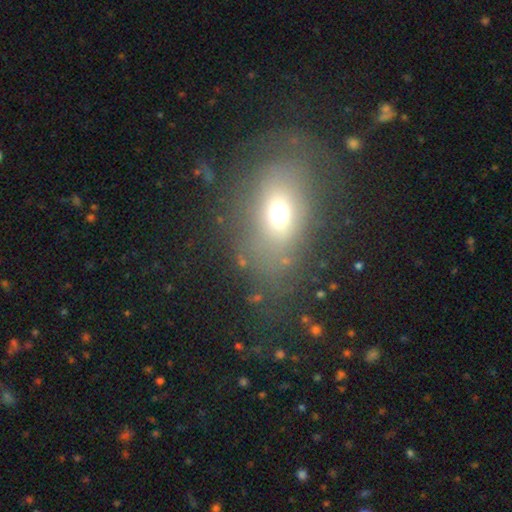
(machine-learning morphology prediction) type=smooth (56%); roundness=in between (75%); merging=none (64%).